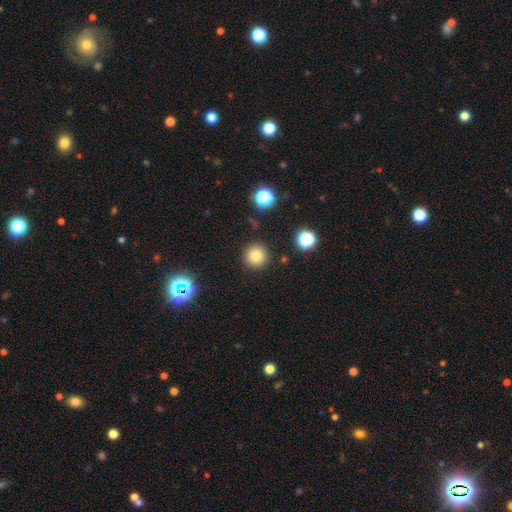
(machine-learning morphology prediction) A smooth galaxy with no disk features (81%) that is round (95%). Merging: none (89%).